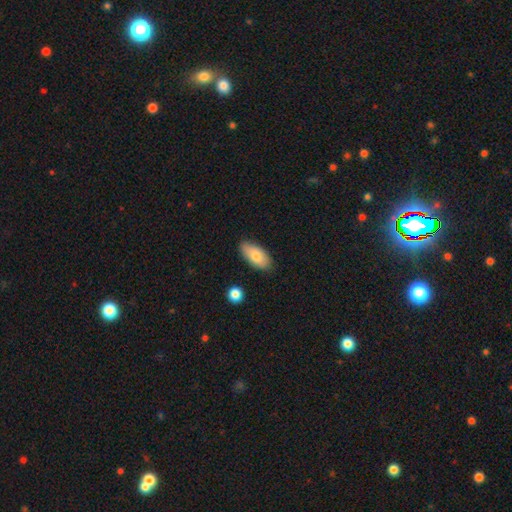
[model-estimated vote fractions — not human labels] Q: Smooth or featured?
A: smooth (78%); runner-up: featured or disk (15%)
Q: How rounded?
A: in between (91%); runner-up: cigar-shaped (6%)
Q: Merging?
A: none (80%); runner-up: minor disturbance (15%)